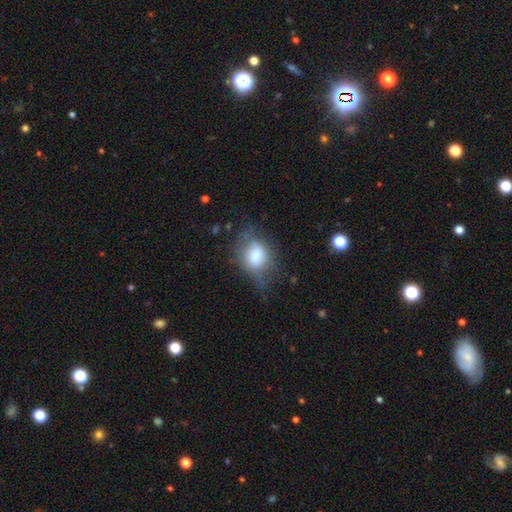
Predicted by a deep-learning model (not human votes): Smooth or featured?
  - smooth: 63% *
  - featured or disk: 28%
  - star or artifact: 9%
How rounded?
  - in between: 57% *
  - round: 40%
  - cigar-shaped: 2%
Merging?
  - none: 42% *
  - minor disturbance: 33%
  - major disturbance: 21%
  - merger: 3%